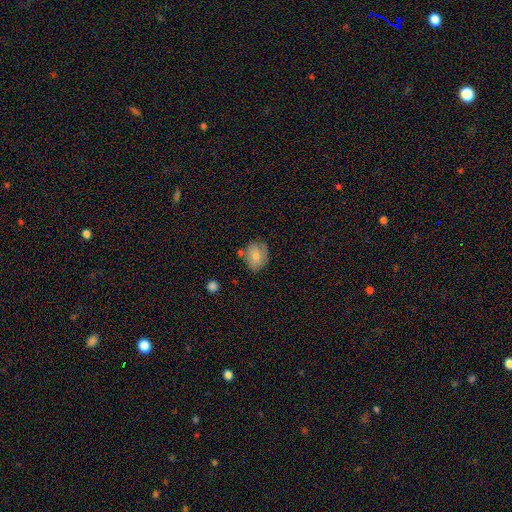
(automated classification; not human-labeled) This appears to be a smooth galaxy with no disk features (76%) that is in between round and cigar-shaped (54%). Merging: none (67%).